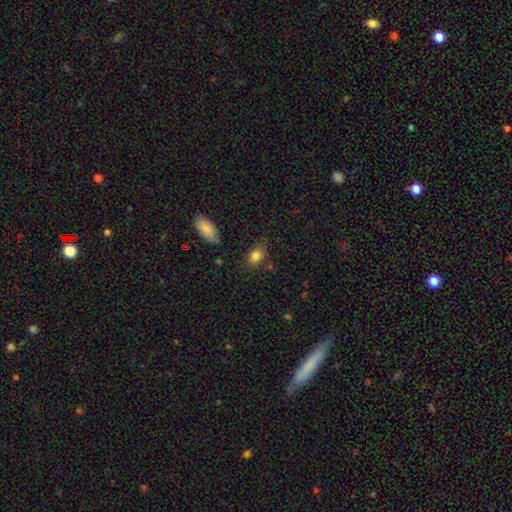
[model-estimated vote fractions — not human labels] This is clearly a smooth galaxy (83%). How rounded: likely in between (77%). Merging: likely none (75%).